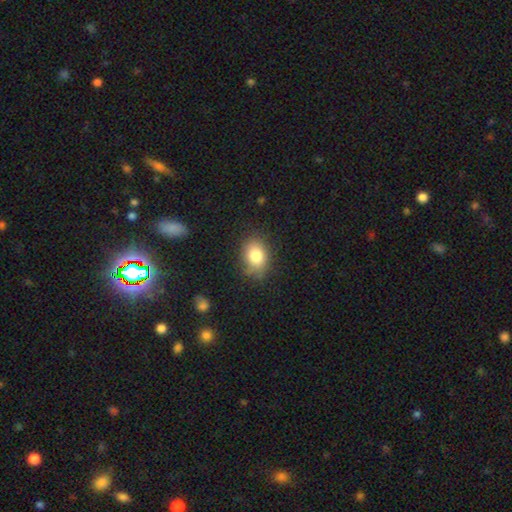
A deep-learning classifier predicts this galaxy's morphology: This is clearly a smooth galaxy (81%). How rounded: likely in between (72%). Merging: likely none (76%).